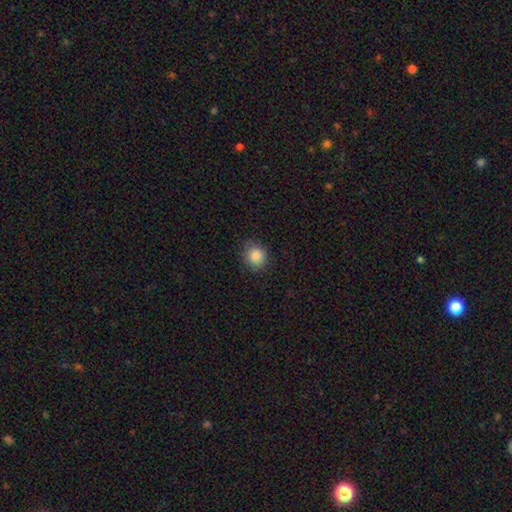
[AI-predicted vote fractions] This is clearly a smooth galaxy (86%). How rounded: clearly round (81%). Merging: clearly none (84%).